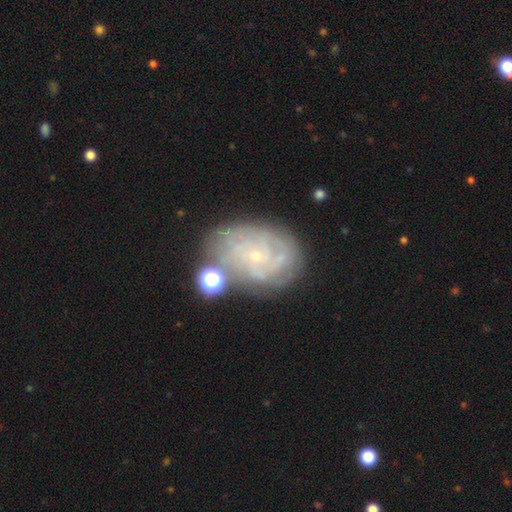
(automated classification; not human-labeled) Smooth or featured? featured or disk (78%)
Edge-on disk? no (97%)
Bar? no (78%)
Spiral arms? yes (90%)
Spiral winding? tight (69%)
Spiral arm count? can't tell (43%)
Bulge size? small (85%)
Merging? none (63%)